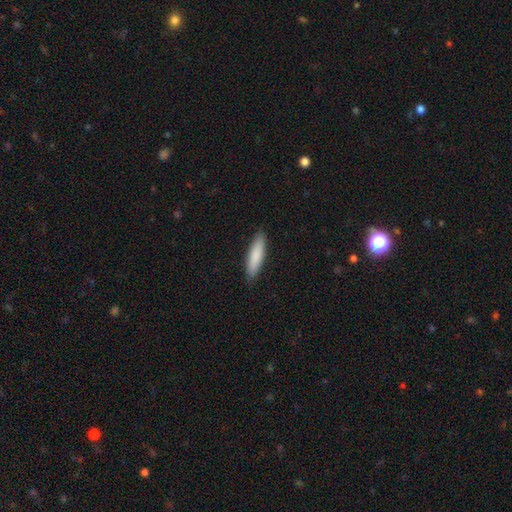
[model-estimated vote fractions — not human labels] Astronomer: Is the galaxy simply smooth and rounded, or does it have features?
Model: smooth — 85%.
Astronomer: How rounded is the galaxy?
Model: cigar-shaped — 74%.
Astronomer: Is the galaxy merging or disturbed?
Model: none — 89%.